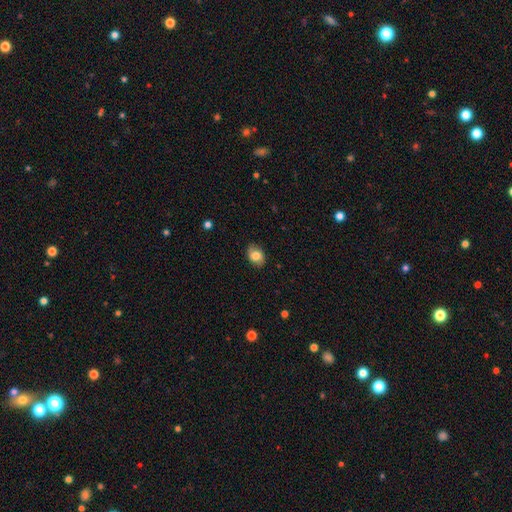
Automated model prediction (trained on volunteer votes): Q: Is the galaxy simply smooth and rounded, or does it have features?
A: smooth — 76%.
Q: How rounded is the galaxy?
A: in between — 75%.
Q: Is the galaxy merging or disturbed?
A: none — 84%.